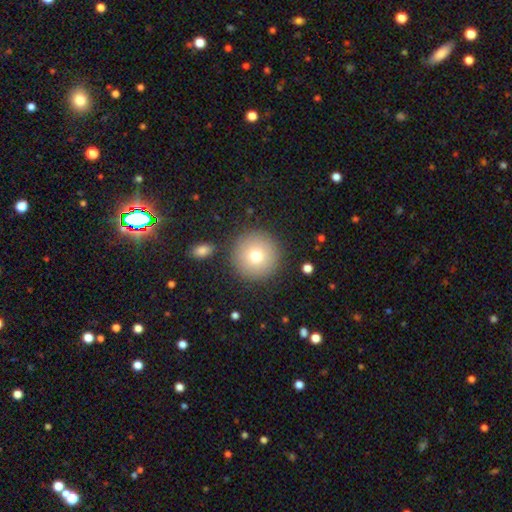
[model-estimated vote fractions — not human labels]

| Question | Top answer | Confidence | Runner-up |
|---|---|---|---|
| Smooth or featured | smooth | 75% | featured or disk (14%) |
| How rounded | round | 96% | in between (3%) |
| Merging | none | 88% | minor disturbance (6%) |